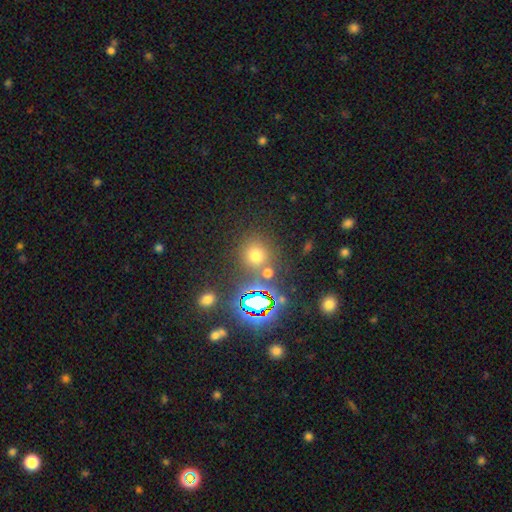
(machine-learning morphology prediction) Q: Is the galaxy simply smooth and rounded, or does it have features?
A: smooth — 59%.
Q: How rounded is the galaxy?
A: round — 87%.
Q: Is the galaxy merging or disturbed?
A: none — 74%.